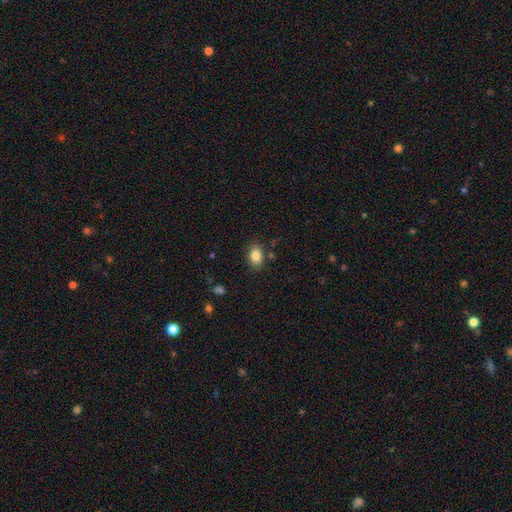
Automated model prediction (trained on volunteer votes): Smooth or featured: smooth — 85% (star or artifact — 9%)
How rounded: in between — 80% (round — 19%)
Merging: none — 82% (minor disturbance — 12%)